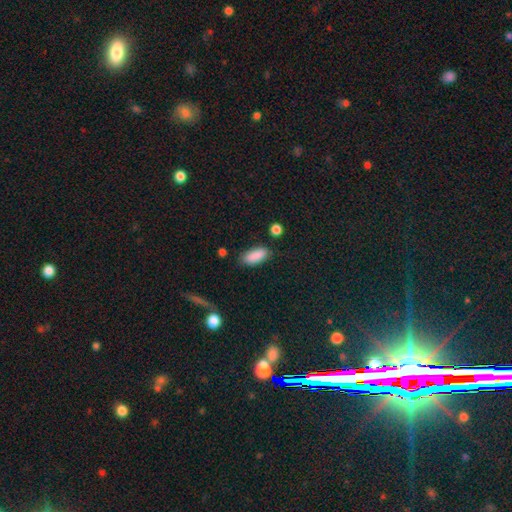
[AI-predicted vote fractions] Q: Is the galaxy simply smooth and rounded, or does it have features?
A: smooth — 88%.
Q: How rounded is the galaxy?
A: in between — 81%.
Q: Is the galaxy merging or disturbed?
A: none — 78%.